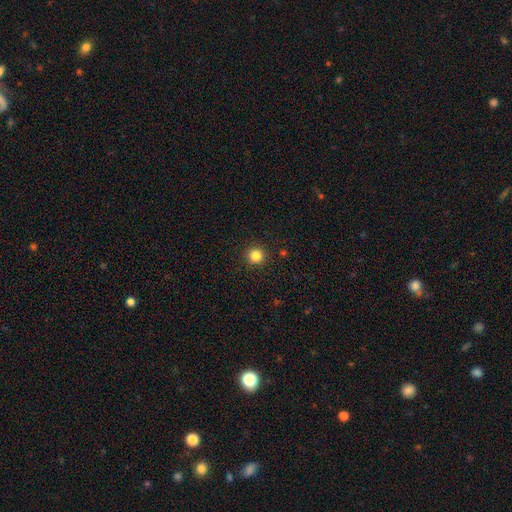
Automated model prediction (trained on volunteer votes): smooth 84%, star or artifact 12%, featured or disk 4%. Down the decision tree: how rounded — round (95%); merging — none (92%).